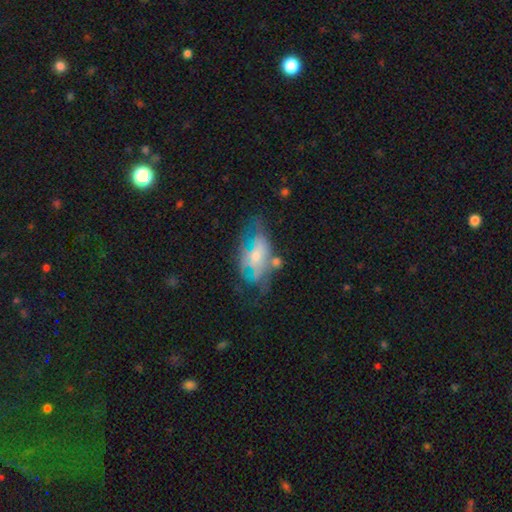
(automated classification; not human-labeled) Smooth or featured: featured or disk — 62% (smooth — 28%)
Edge-on disk: no — 90% (yes — 10%)
Bar: no — 72% (weak — 22%)
Spiral arms: yes — 51% (no — 49%)
Bulge size: small — 54% (moderate — 33%)
Merging: none — 39% (major disturbance — 27%)